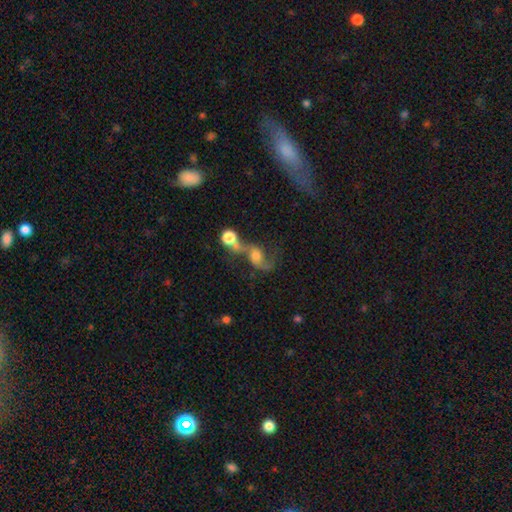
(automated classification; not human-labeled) Morphology: type=featured or disk (55%); edge-on=no (93%); bar=no (65%); spiral arms=yes (79%); bulge=moderate (44%); merging=merger (43%).